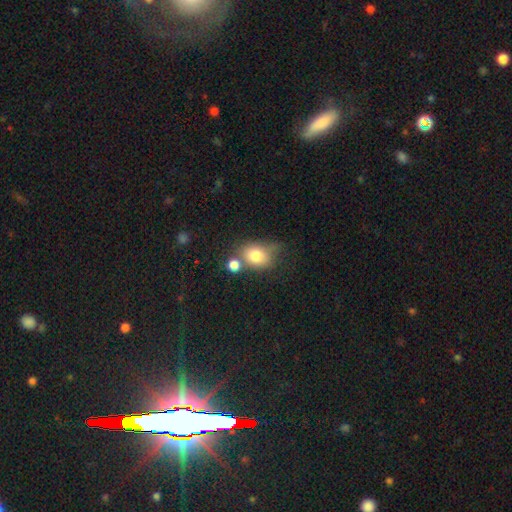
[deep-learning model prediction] smooth_or_featured: smooth (p=0.78) [alt: featured or disk p=0.12]
how_rounded: in between (p=0.57) [alt: round p=0.42]
merging: none (p=0.44) [alt: merger p=0.26]